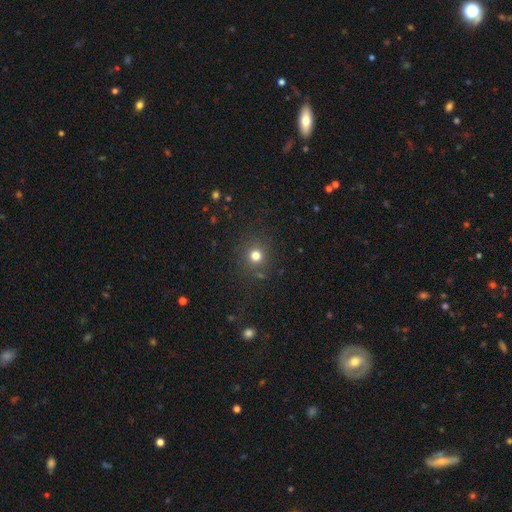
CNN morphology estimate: Overall: smooth (76%). How rounded: round (92%). Merging: none (86%).